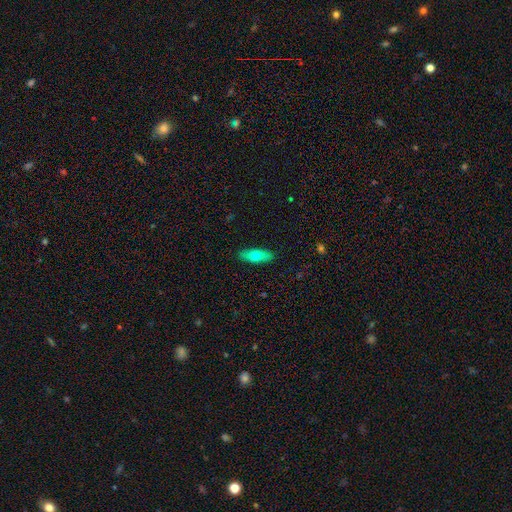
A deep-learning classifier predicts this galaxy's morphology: Smooth or featured? smooth (69%)
How rounded? in between (65%)
Merging? none (90%)